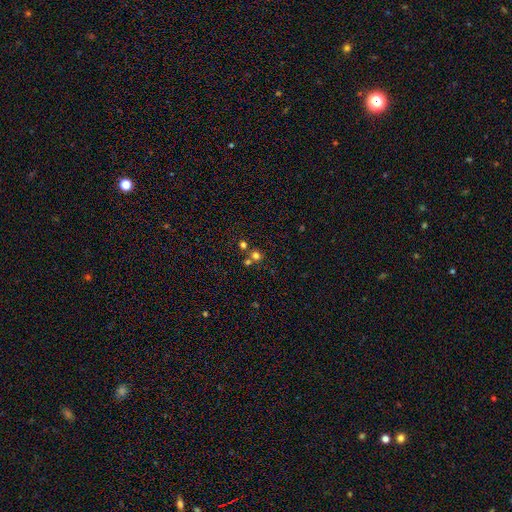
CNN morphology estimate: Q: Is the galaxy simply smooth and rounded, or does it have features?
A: smooth — 69%.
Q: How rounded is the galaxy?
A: round — 88%.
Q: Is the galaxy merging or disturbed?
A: none — 60%.